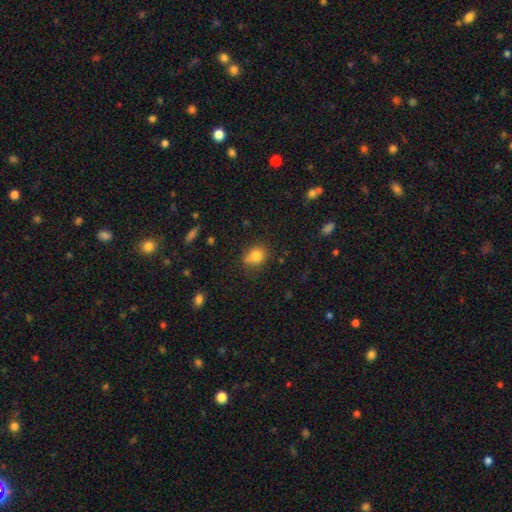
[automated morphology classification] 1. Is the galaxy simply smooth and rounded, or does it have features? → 82% smooth, 11% star or artifact, 7% featured or disk.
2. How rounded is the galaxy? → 55% round, 44% in between, 1% cigar-shaped.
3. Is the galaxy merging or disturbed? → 65% none, 24% minor disturbance, 6% merger, 6% major disturbance.